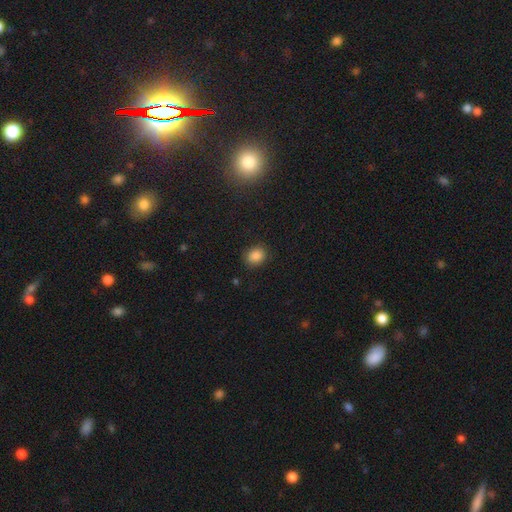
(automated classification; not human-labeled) This is clearly a smooth galaxy (86%). How rounded: possibly round (59%). Merging: clearly none (86%).